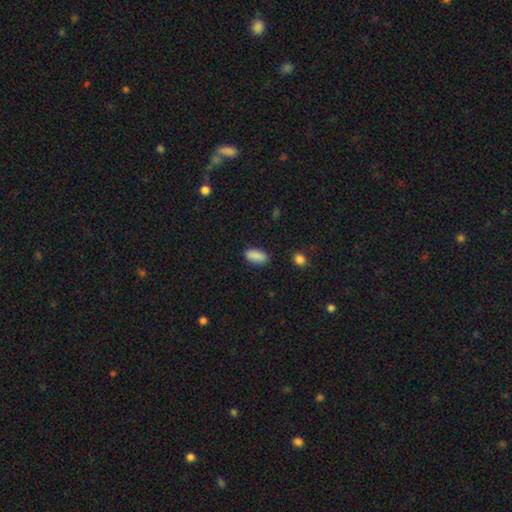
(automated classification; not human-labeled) This is clearly a smooth galaxy (89%). How rounded: clearly in between (89%). Merging: clearly none (86%).